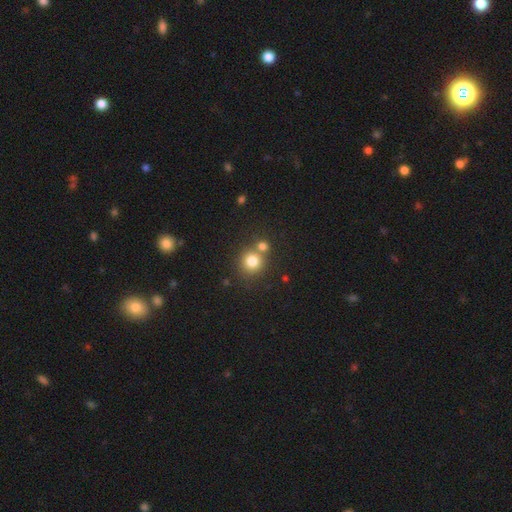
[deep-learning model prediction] A smooth galaxy with no disk features (70%) that is round (90%).

Vote fractions:
- Smooth or featured? smooth: 70% / star or artifact: 22% / featured or disk: 8%
- How rounded? round: 90% / in between: 9% / cigar-shaped: 1%
- Merging? none: 68% / merger: 22% / minor disturbance: 7% / major disturbance: 3%